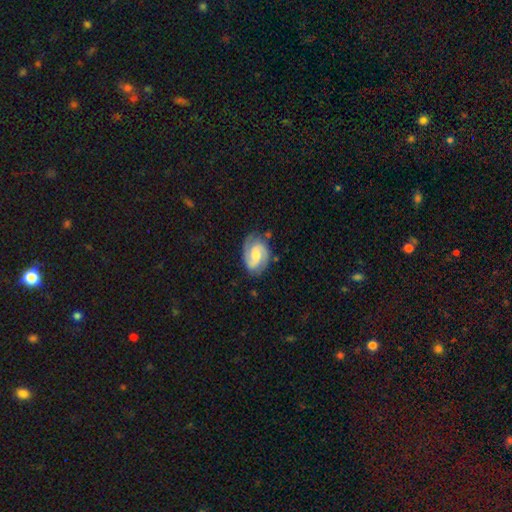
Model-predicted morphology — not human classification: Q: Smooth or featured?
A: featured or disk (84%); runner-up: smooth (11%)
Q: Edge-on disk?
A: no (98%); runner-up: yes (2%)
Q: Bar?
A: weak (49%); runner-up: no (39%)
Q: Spiral arms?
A: yes (97%); runner-up: no (3%)
Q: Spiral winding?
A: medium (51%); runner-up: tight (34%)
Q: Spiral arm count?
A: 2 (89%); runner-up: can't tell (4%)
Q: Bulge size?
A: moderate (50%); runner-up: small (32%)
Q: Merging?
A: none (77%); runner-up: minor disturbance (16%)